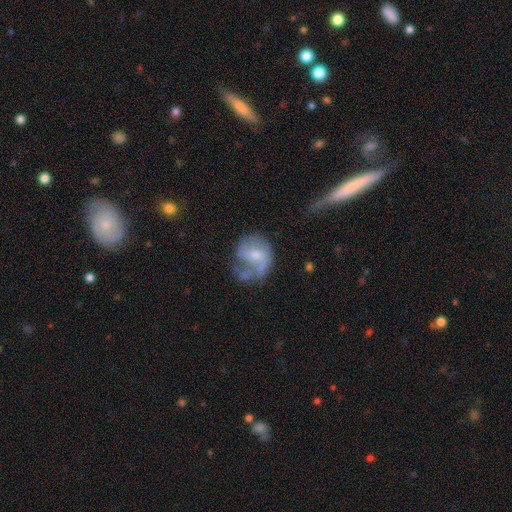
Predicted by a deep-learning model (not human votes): Q: Smooth or featured?
A: featured or disk (59%); runner-up: smooth (34%)
Q: Edge-on disk?
A: no (97%); runner-up: yes (3%)
Q: Bar?
A: no (46%); runner-up: weak (44%)
Q: Spiral arms?
A: yes (72%); runner-up: no (28%)
Q: Bulge size?
A: moderate (45%); runner-up: small (41%)
Q: Merging?
A: none (35%); runner-up: major disturbance (31%)